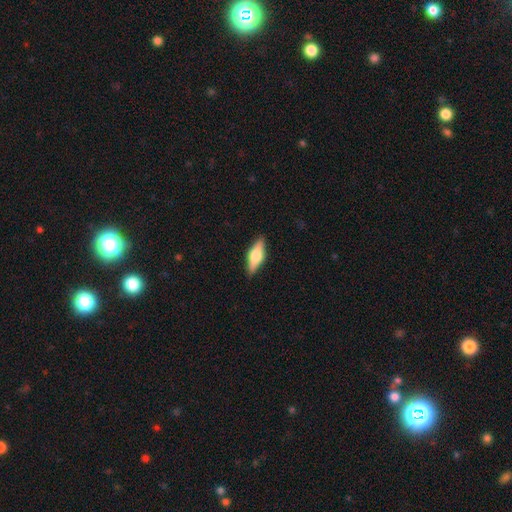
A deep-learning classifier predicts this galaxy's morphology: Smooth or featured?
  - featured or disk: 47% *
  - smooth: 46%
  - star or artifact: 6%
Merging?
  - none: 88% *
  - minor disturbance: 9%
  - major disturbance: 2%
  - merger: 1%